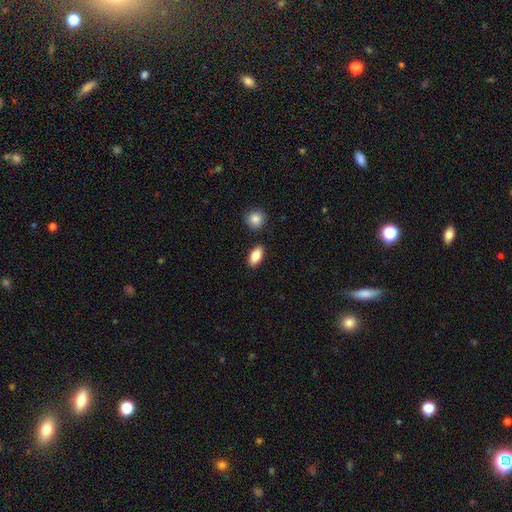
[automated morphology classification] Smooth or featured: smooth — 86% (featured or disk — 8%)
How rounded: in between — 89% (cigar-shaped — 7%)
Merging: none — 87% (minor disturbance — 8%)